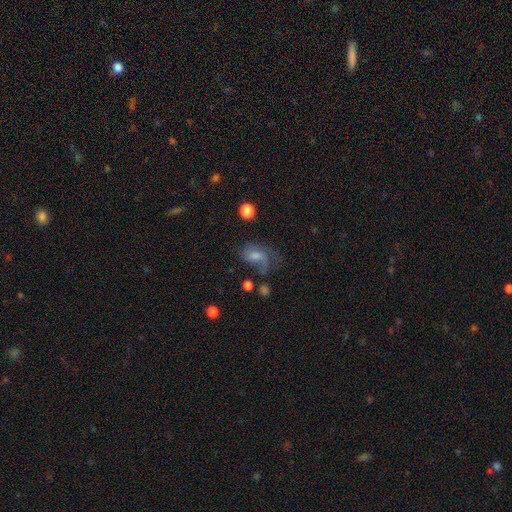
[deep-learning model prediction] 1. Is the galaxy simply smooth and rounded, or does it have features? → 47% smooth, 40% featured or disk, 13% star or artifact.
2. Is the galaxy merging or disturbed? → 36% major disturbance, 34% none, 24% minor disturbance, 5% merger.